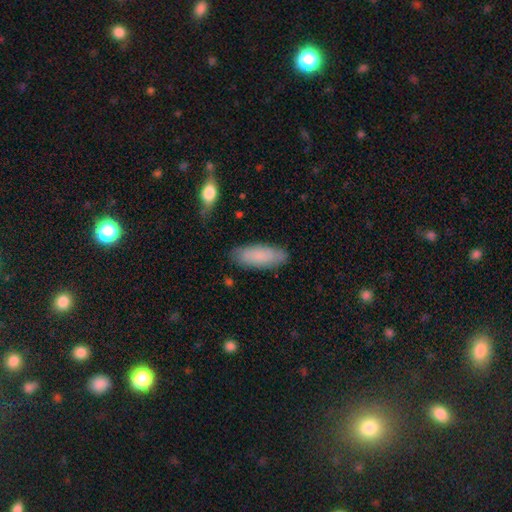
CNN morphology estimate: smooth 83%, featured or disk 11%, star or artifact 6%. Down the decision tree: how rounded — in between (68%); merging — none (82%).